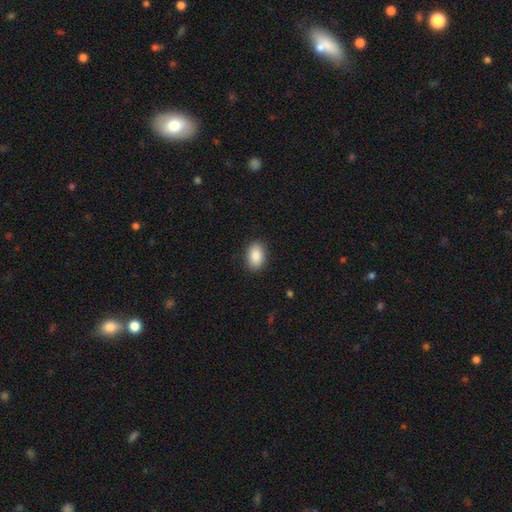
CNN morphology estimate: A smooth galaxy with no disk features (88%) that is in between round and cigar-shaped (85%). Merging: none (88%).